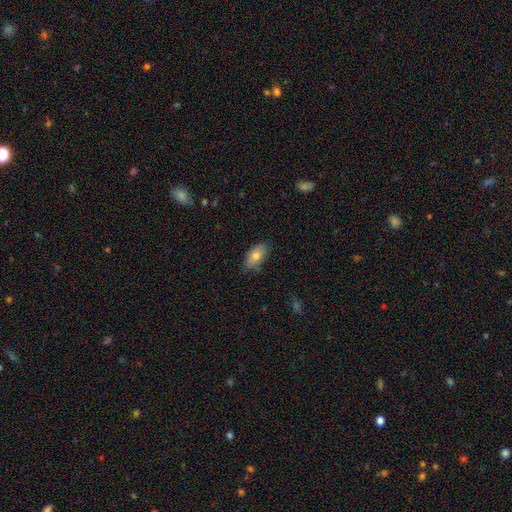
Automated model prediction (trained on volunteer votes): Smooth or featured? Predicted: smooth (p=0.78). How rounded? Predicted: in between (p=0.92). Merging? Predicted: none (p=0.81).